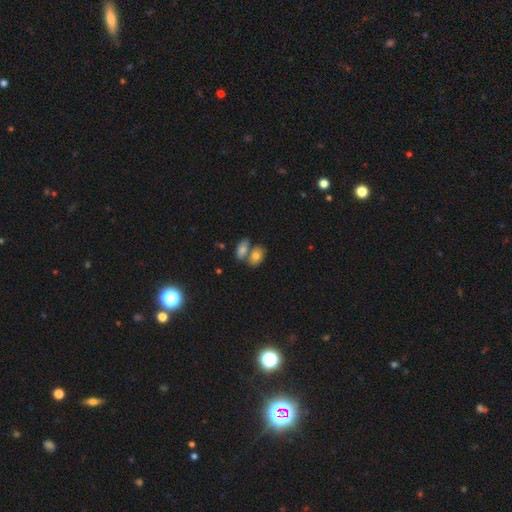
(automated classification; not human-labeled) This appears to be a smooth galaxy with no disk features (76%) that is in between round and cigar-shaped (79%). Merging: merger (47%).